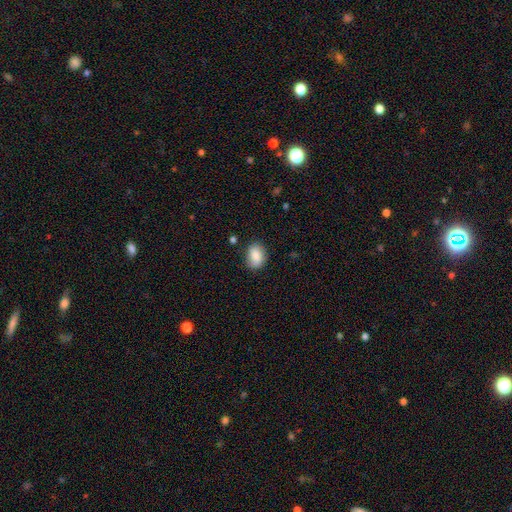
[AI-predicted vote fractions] This appears to be a smooth galaxy with no disk features (86%) that is in between round and cigar-shaped (76%). Merging: none (79%).